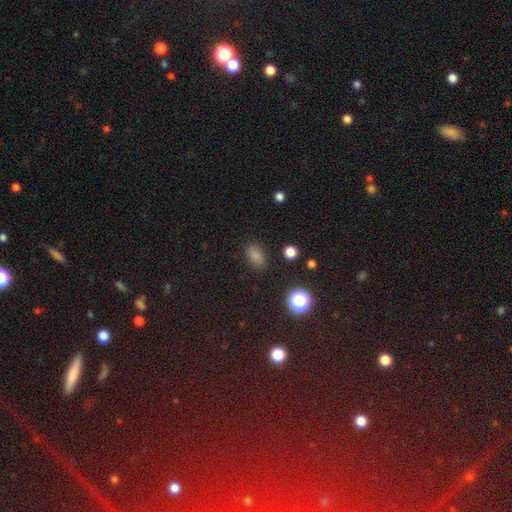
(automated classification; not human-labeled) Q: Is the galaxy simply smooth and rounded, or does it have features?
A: smooth — 80%.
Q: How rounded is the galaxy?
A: in between — 84%.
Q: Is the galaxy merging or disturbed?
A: none — 85%.